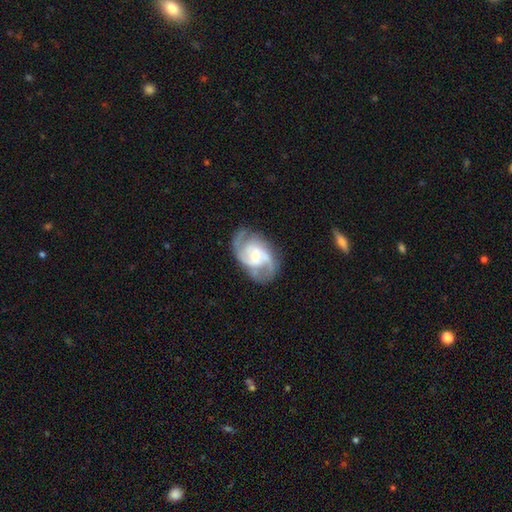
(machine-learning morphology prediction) Overall: featured or disk (86%). Edge-on disk: no (97%). Bar: weak (48%; no 37%). Spiral arms: yes (96%). Spiral arm count: 2 (69%). Spiral winding: medium (54%; tight 25%). Bulge size: small (46%; moderate 36%). Merging: none (72%).